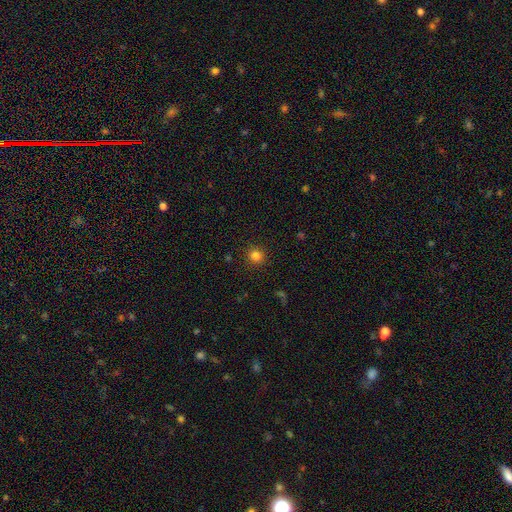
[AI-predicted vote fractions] This is clearly a smooth galaxy (82%). How rounded: clearly round (91%). Merging: clearly none (91%).